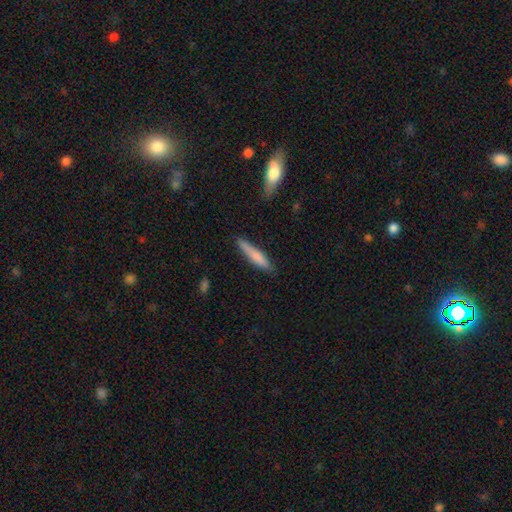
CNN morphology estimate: A smooth galaxy with no disk features (76%) that is cigar-shaped (90%). Merging: none (79%).